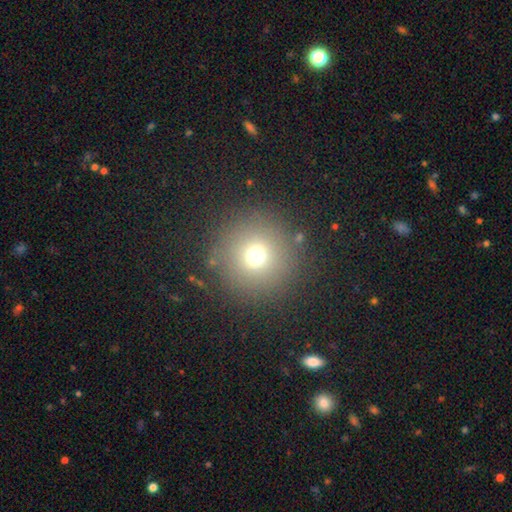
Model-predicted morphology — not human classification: This appears to be a smooth galaxy with no disk features (70%) that is round (96%). Merging: none (87%).